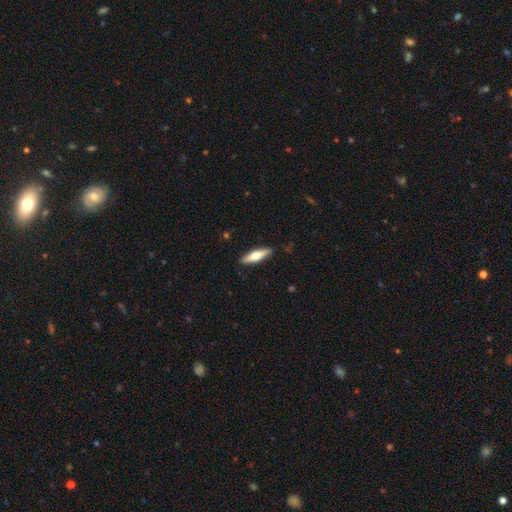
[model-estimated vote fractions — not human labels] A smooth galaxy with no disk features (55%) that is cigar-shaped (68%). Merging: none (89%).